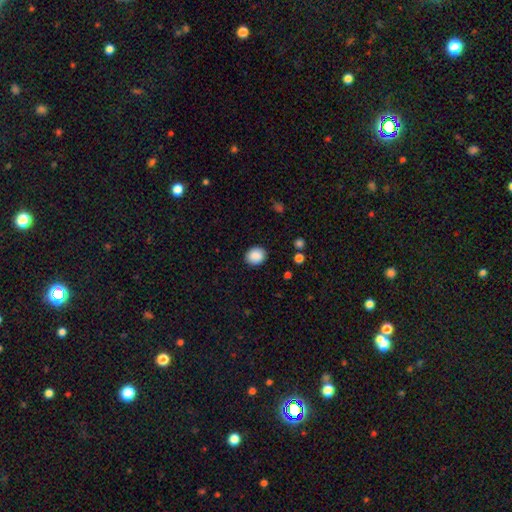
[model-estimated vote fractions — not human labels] The model was most divided on "how rounded": round: 64%, in between: 35%, cigar-shaped: 1%. More confident: smooth or featured — smooth (89%); merging — none (89%).